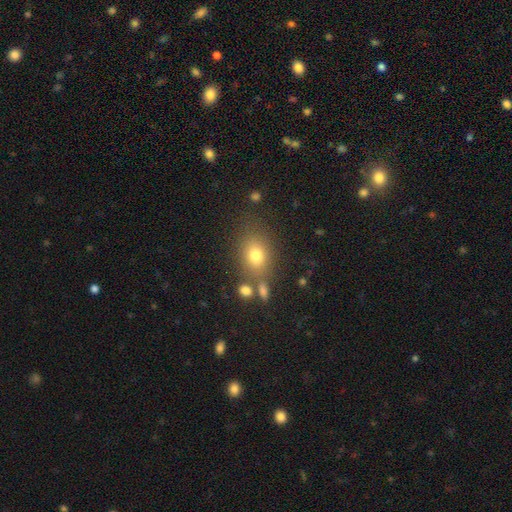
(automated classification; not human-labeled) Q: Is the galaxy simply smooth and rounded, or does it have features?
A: smooth — 75%.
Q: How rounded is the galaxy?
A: in between — 63%.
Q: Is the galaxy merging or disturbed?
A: none — 70%.